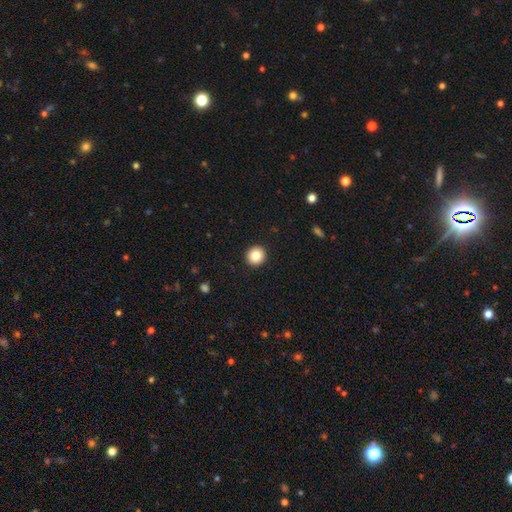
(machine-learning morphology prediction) Smooth or featured? smooth (86%)
How rounded? round (92%)
Merging? none (93%)